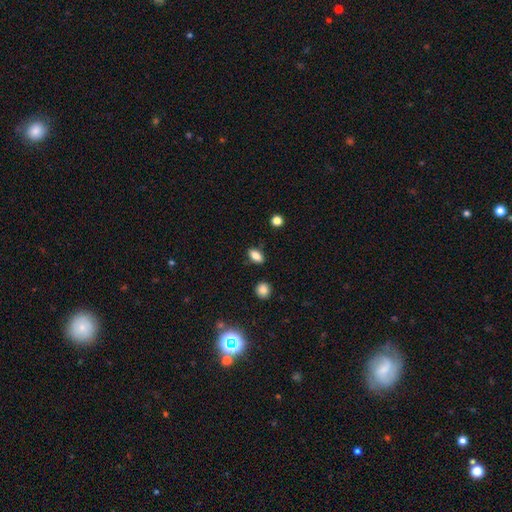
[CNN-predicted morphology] Smooth or featured? smooth (82%)
How rounded? in between (84%)
Merging? none (86%)